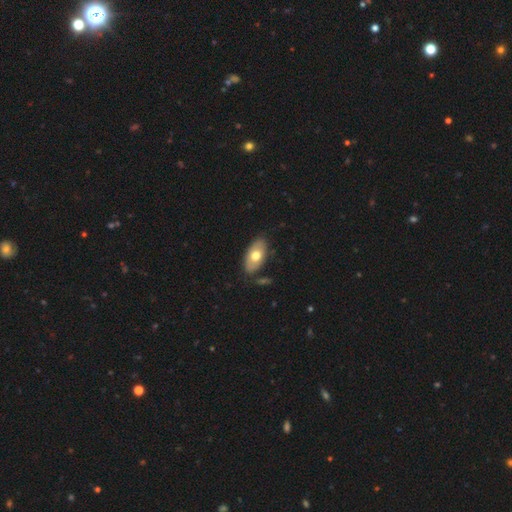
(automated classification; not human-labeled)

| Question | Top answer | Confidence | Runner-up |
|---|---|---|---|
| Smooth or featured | smooth | 64% | featured or disk (30%) |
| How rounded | in between | 93% | round (5%) |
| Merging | none | 82% | minor disturbance (12%) |